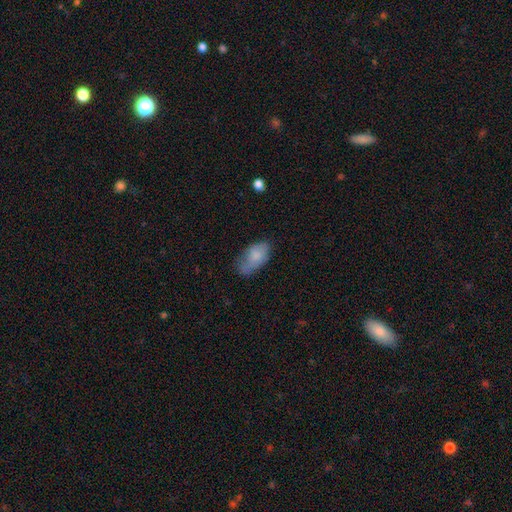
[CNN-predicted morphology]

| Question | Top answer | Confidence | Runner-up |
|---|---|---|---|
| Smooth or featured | smooth | 78% | featured or disk (15%) |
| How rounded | in between | 93% | round (4%) |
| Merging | none | 48% | minor disturbance (36%) |